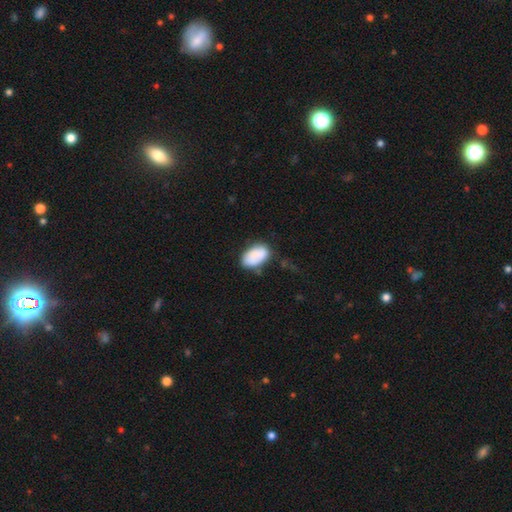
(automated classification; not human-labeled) This appears to be a smooth galaxy with no disk features (82%) that is in between round and cigar-shaped (93%). Merging: none (65%).